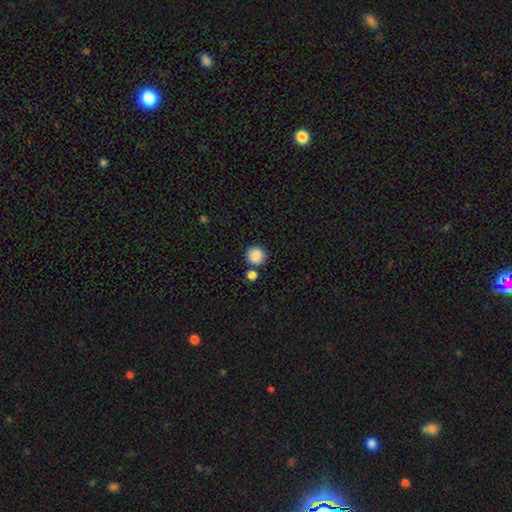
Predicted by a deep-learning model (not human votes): Morphology: type=smooth (88%); roundness=round (93%); merging=none (76%).